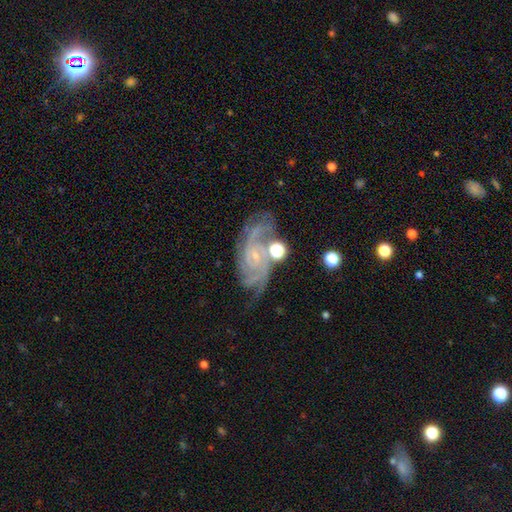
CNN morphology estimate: This appears to be a featured or disk galaxy (87%) with no bar (64%), 2 (31%) tight (53%) spiral arms (98%) and a small central bulge (77%). Merging: none (64%).